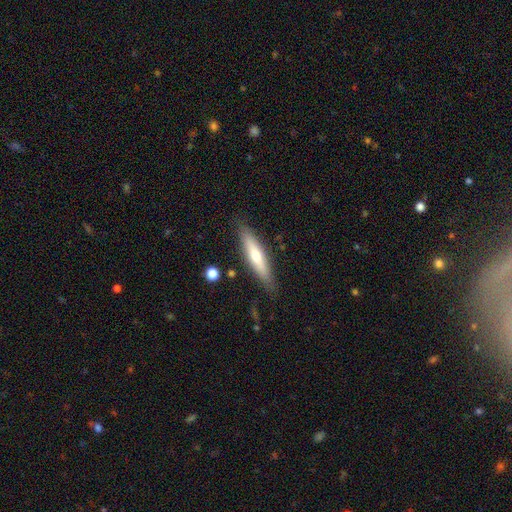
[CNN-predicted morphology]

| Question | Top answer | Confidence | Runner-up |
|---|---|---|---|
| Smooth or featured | smooth | 51% | featured or disk (43%) |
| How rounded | cigar-shaped | 82% | in between (17%) |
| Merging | none | 85% | minor disturbance (11%) |